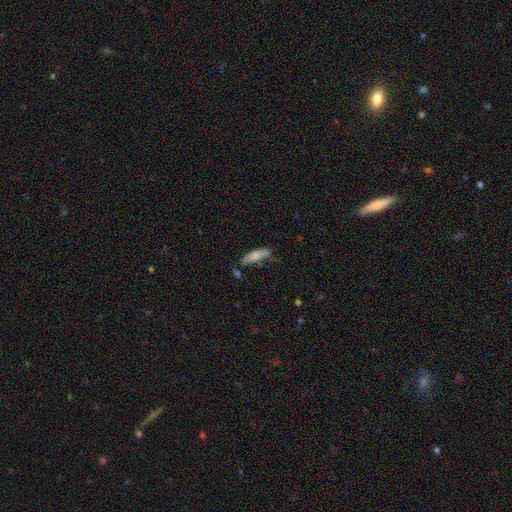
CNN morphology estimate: smooth_or_featured: smooth (p=0.77) [alt: featured or disk p=0.17]
how_rounded: in between (p=0.51) [alt: cigar-shaped p=0.48]
merging: none (p=0.61) [alt: minor disturbance p=0.26]